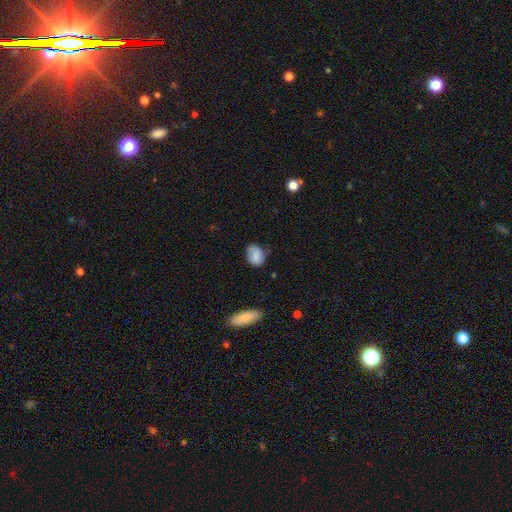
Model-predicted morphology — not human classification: Smooth or featured? Predicted: smooth (p=0.78). How rounded? Predicted: in between (p=0.64). Merging? Predicted: none (p=0.62).